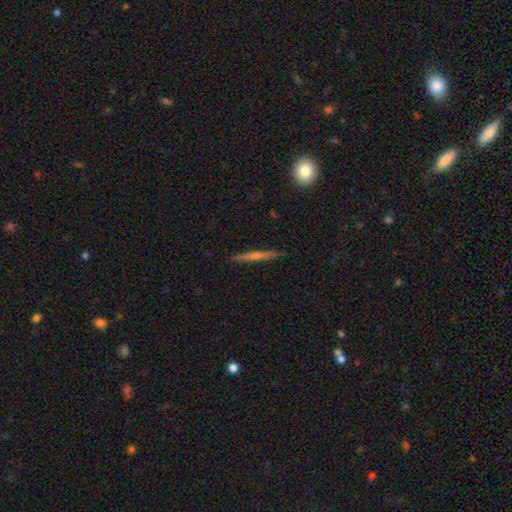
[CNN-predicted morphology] Q: Smooth or featured?
A: featured or disk (55%); runner-up: smooth (37%)
Q: Edge-on disk?
A: yes (97%); runner-up: no (3%)
Q: Edge-on bulge?
A: rounded (51%); runner-up: none (43%)
Q: Merging?
A: none (90%); runner-up: minor disturbance (7%)